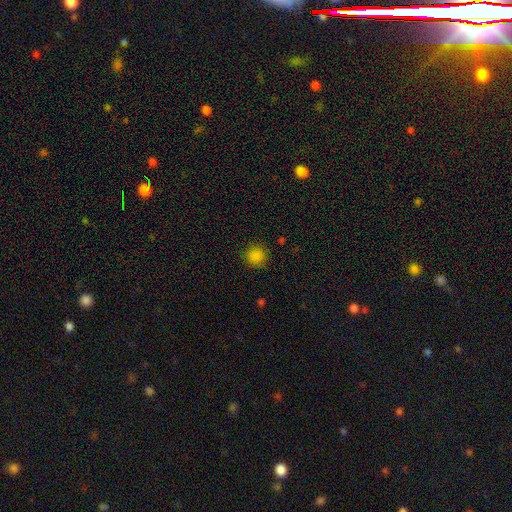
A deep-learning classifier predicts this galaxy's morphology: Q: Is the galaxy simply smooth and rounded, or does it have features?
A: smooth — 84%.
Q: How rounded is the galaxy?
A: round — 93%.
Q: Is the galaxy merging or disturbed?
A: none — 89%.